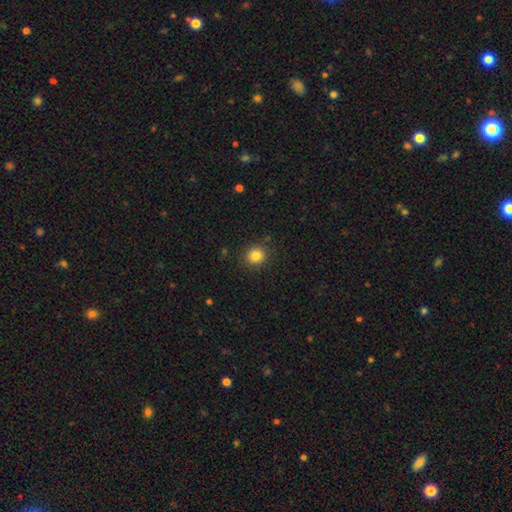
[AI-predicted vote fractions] Overall: smooth (84%). How rounded: round (86%). Merging: none (89%).